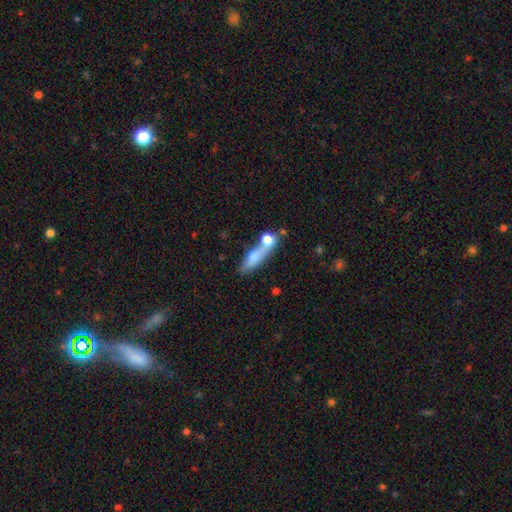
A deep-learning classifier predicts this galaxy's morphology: smooth_or_featured: smooth (p=0.65) [alt: featured or disk p=0.27]
how_rounded: cigar-shaped (p=0.58) [alt: in between p=0.33]
merging: none (p=0.39) [tied with: merger p=0.39]